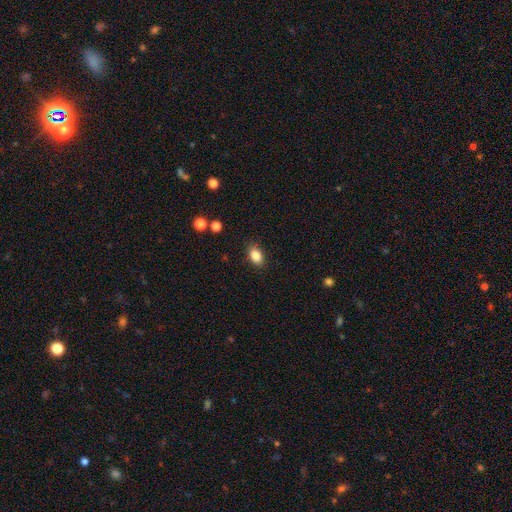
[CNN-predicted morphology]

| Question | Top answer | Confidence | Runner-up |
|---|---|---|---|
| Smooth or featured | smooth | 86% | star or artifact (9%) |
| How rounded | in between | 87% | round (11%) |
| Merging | none | 86% | minor disturbance (11%) |